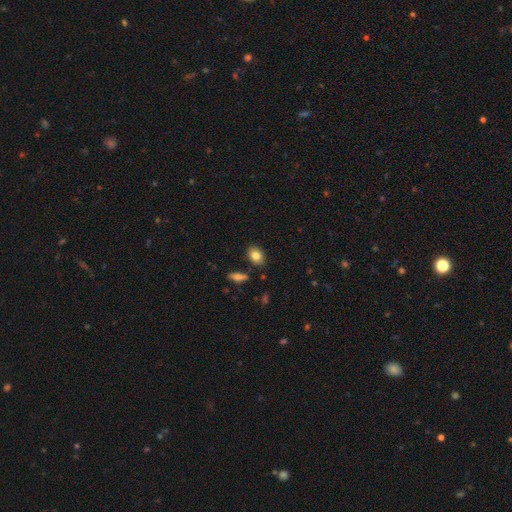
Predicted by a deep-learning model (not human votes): Smooth or featured? smooth (82%)
How rounded? in between (73%)
Merging? none (84%)